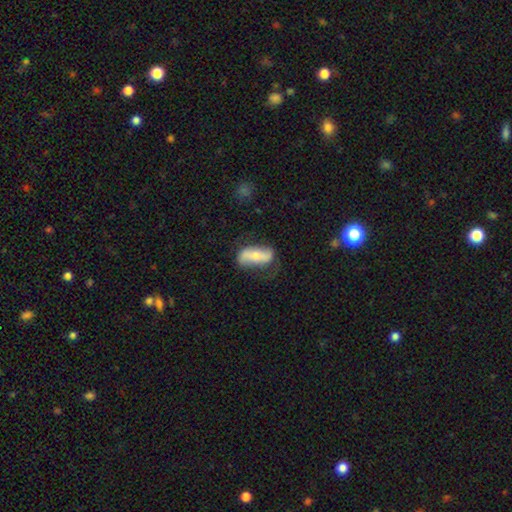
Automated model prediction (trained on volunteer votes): Q: Smooth or featured?
A: featured or disk (47%); runner-up: smooth (46%)
Q: Merging?
A: none (60%); runner-up: minor disturbance (26%)